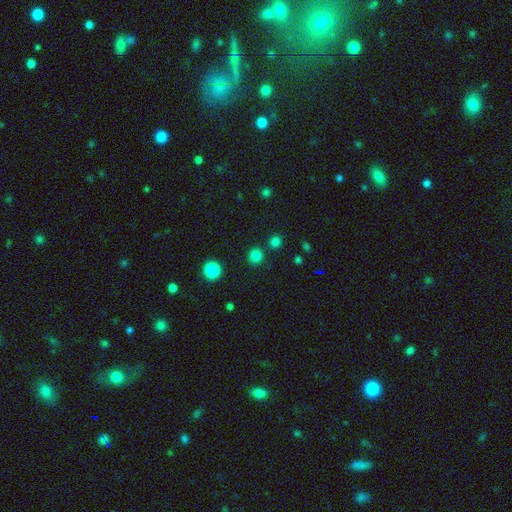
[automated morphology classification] This is likely a smooth galaxy (80%). How rounded: clearly round (94%). Merging: clearly none (86%).